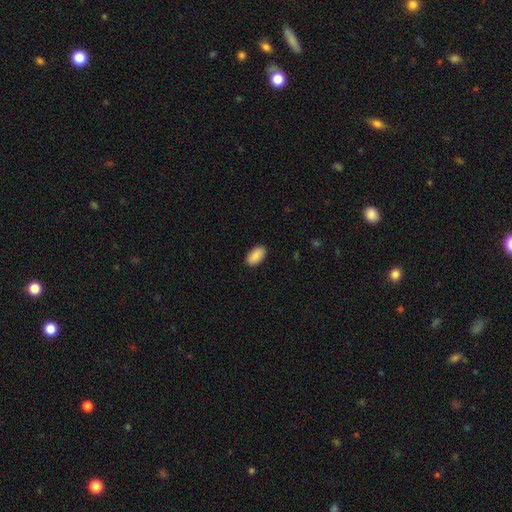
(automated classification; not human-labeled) This is clearly a smooth galaxy (89%). How rounded: clearly in between (95%). Merging: clearly none (89%).